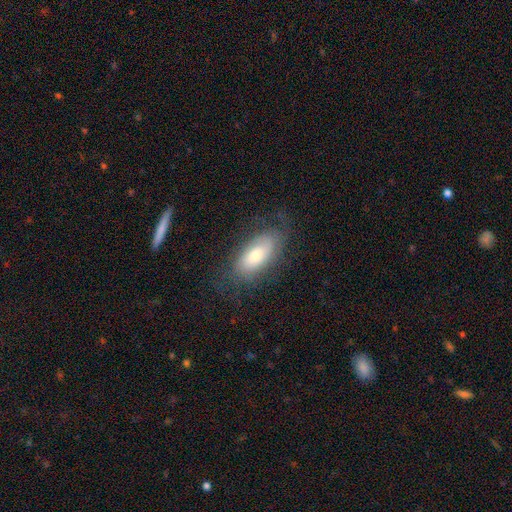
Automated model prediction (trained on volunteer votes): Overall: smooth (51%; featured or disk 41%). How rounded: in between (87%). Merging: none (71%).